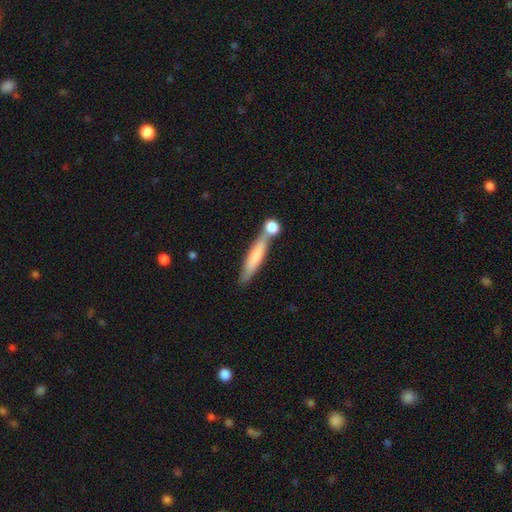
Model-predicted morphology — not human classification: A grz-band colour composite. It shows a smooth galaxy with no disk features (67%) that is cigar-shaped (86%). Merging: none (56%).